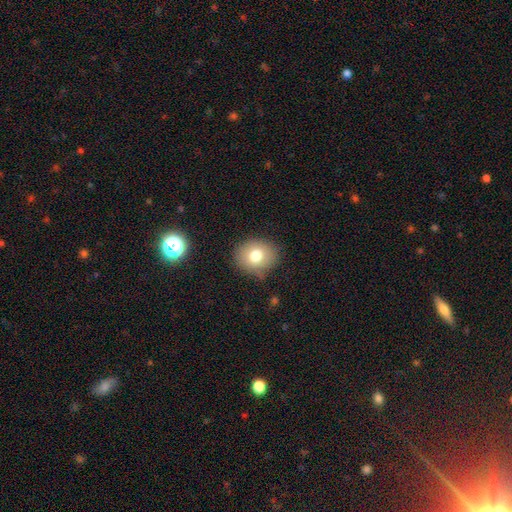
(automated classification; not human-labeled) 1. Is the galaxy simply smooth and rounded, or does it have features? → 75% smooth, 14% featured or disk, 11% star or artifact.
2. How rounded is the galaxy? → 67% round, 32% in between, 1% cigar-shaped.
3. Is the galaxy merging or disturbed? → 80% none, 15% minor disturbance, 4% major disturbance, 2% merger.